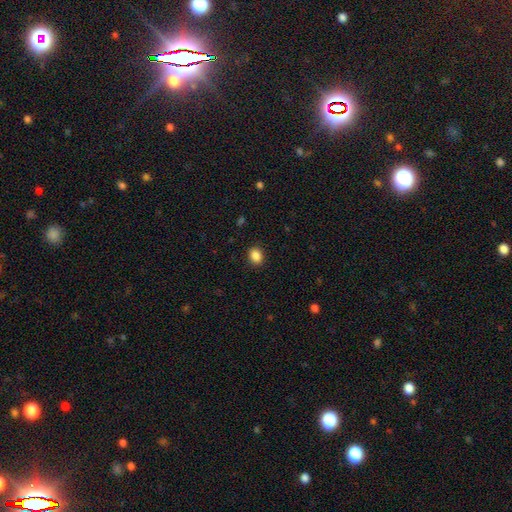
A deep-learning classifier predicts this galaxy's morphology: Overall: smooth (87%). How rounded: round (58%; in between 41%). Merging: none (90%).